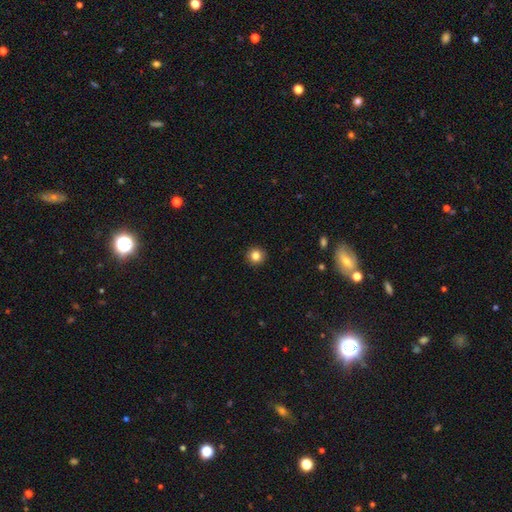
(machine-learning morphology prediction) Overall: smooth (83%). How rounded: round (95%). Merging: none (93%).